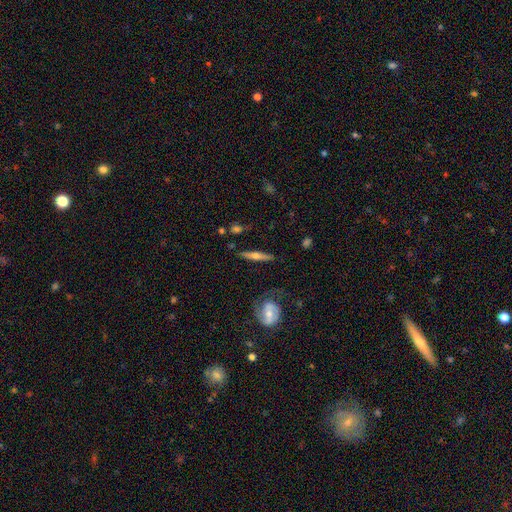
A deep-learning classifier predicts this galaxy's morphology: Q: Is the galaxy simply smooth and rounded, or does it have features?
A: featured or disk — 65%.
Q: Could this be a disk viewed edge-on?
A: yes — 89%.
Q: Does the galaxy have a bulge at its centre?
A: rounded — 90%.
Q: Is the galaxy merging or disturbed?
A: none — 81%.